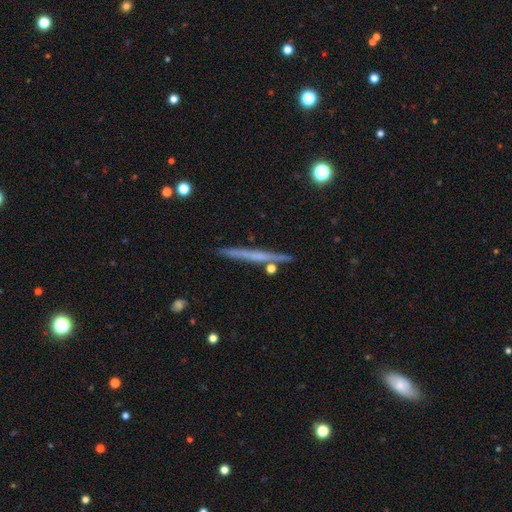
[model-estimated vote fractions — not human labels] A featured or disk galaxy (55%) viewed edge-on (97%) with no central bulge (81%). Merging: none (87%).